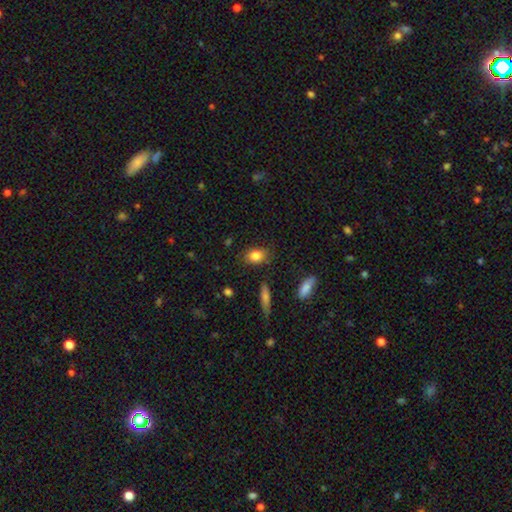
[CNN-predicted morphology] A smooth galaxy with no disk features (83%) that is in between round and cigar-shaped (76%).

Vote fractions:
- Smooth or featured? smooth: 83% / featured or disk: 9% / star or artifact: 8%
- How rounded? in between: 76% / round: 21% / cigar-shaped: 3%
- Merging? none: 80% / minor disturbance: 14% / major disturbance: 3% / merger: 2%